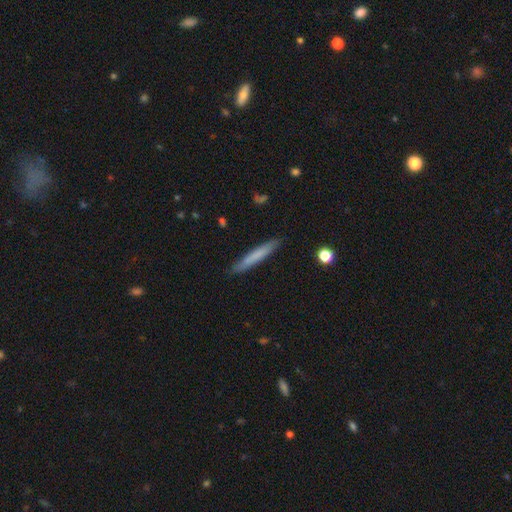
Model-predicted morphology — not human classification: A smooth galaxy with no disk features (71%) that is cigar-shaped (95%).

Vote fractions:
- Smooth or featured? smooth: 71% / featured or disk: 22% / star or artifact: 6%
- How rounded? cigar-shaped: 95% / in between: 4% / round: 1%
- Merging? none: 89% / minor disturbance: 8% / major disturbance: 2% / merger: 1%